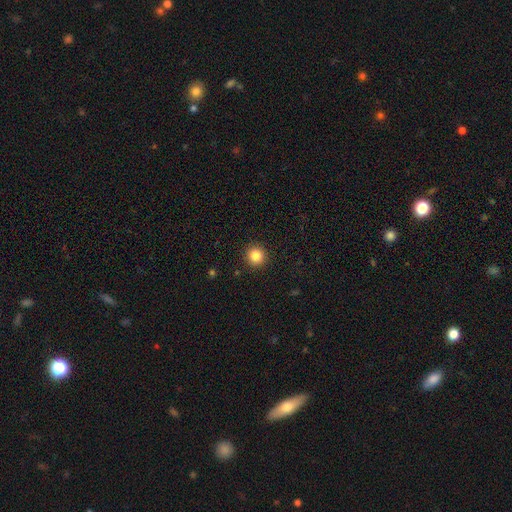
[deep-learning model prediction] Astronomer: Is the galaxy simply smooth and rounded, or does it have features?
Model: smooth — 85%.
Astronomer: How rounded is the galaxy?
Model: round — 94%.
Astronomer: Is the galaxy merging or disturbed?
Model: none — 92%.